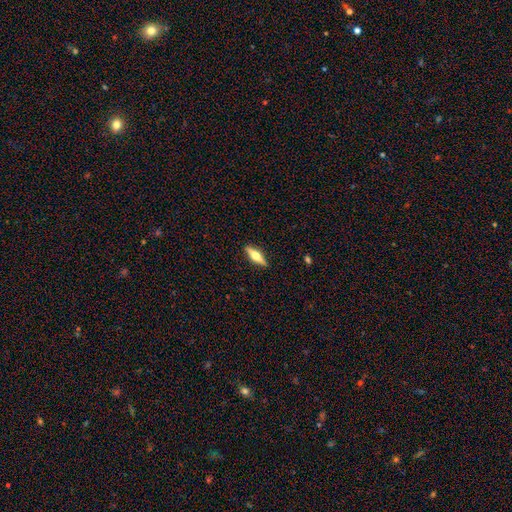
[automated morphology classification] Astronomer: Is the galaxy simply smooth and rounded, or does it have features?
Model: featured or disk — 55% (runner-up: smooth, 39%).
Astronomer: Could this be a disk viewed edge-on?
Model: yes — 94%.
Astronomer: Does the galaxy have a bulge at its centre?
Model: rounded — 95%.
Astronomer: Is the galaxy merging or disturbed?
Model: none — 90%.